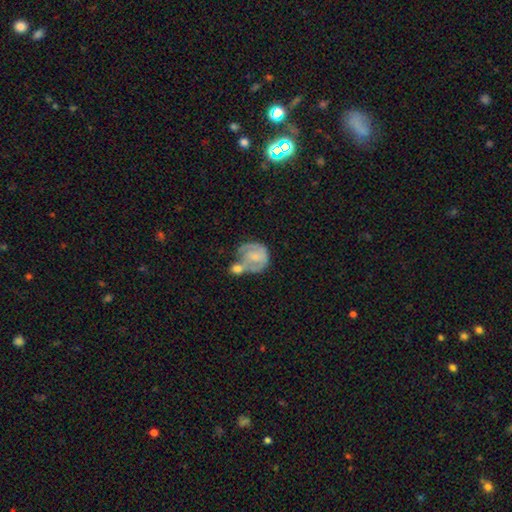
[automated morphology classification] Smooth or featured: featured or disk — 54% (smooth — 40%)
Edge-on disk: no — 98% (yes — 2%)
Bar: no — 68% (weak — 27%)
Spiral arms: yes — 69% (no — 31%)
Bulge size: small — 38% (moderate — 29%)
Merging: merger — 40% (none — 25%)